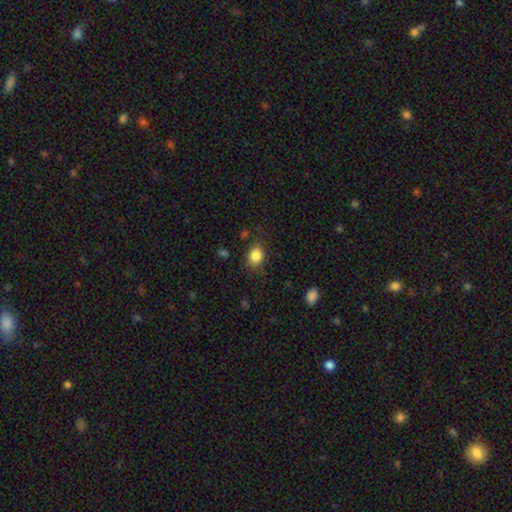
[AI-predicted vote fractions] This is clearly a smooth galaxy (85%). How rounded: possibly in between (53%). Merging: likely none (77%).